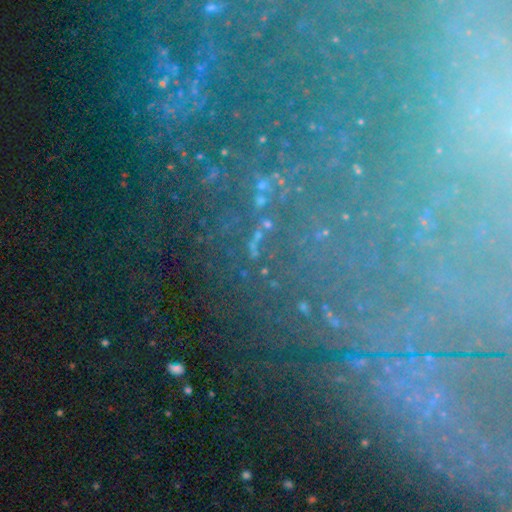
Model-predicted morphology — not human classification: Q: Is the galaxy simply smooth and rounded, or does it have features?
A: star or artifact — 73%.